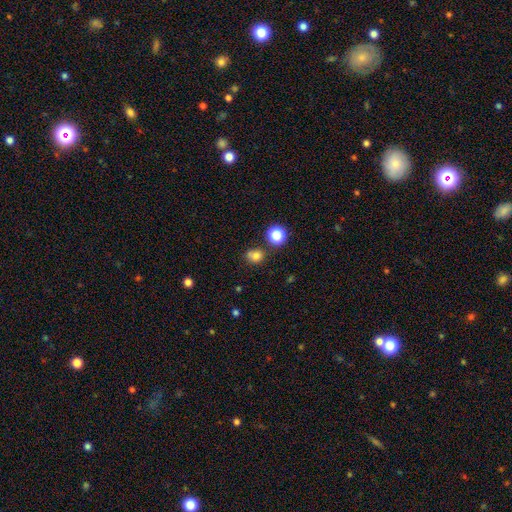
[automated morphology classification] Smooth or featured? smooth (76%)
How rounded? round (69%)
Merging? none (61%)